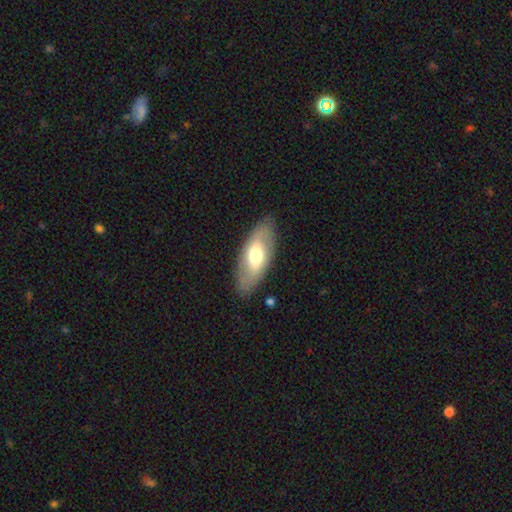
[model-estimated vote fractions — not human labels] This is possibly a smooth galaxy (56%). How rounded: clearly in between (84%). Merging: clearly none (84%).